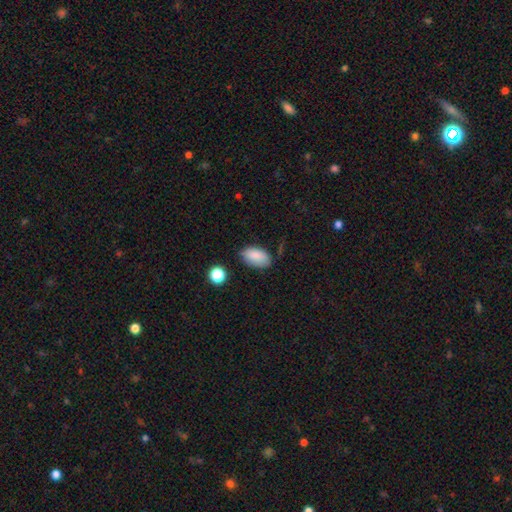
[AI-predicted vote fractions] Q: Smooth or featured?
A: smooth (86%); runner-up: star or artifact (8%)
Q: How rounded?
A: in between (93%); runner-up: round (5%)
Q: Merging?
A: none (73%); runner-up: minor disturbance (20%)